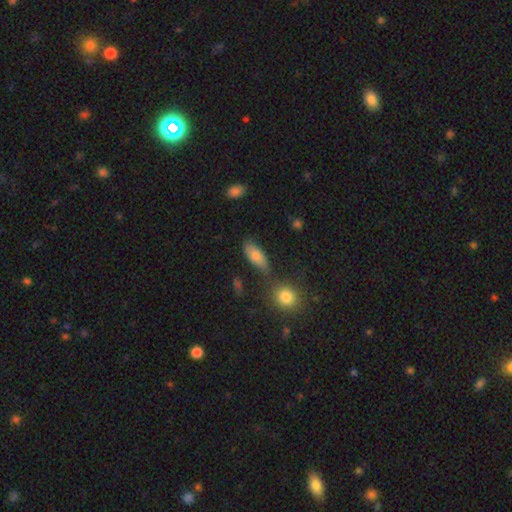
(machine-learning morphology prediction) smooth-or-featured: smooth: 75% | featured or disk: 16% | star or artifact: 9%
  how-rounded: in between: 77% | cigar-shaped: 19% | round: 4%
  merging: none: 69% | minor disturbance: 18% | merger: 8% | major disturbance: 5%